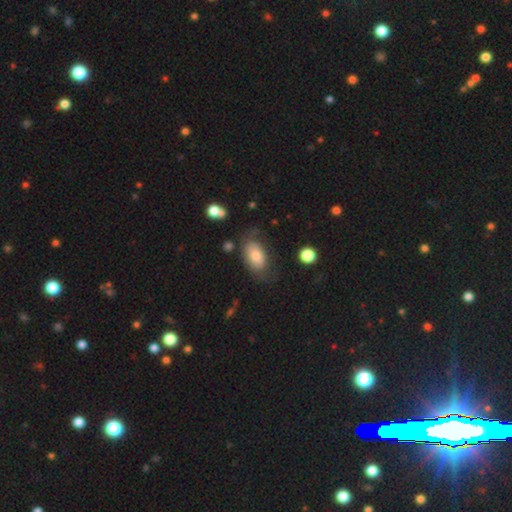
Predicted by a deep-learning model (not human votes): smooth-or-featured: smooth: 71% | featured or disk: 21% | star or artifact: 8%
  how-rounded: in between: 91% | round: 7% | cigar-shaped: 2%
  merging: none: 60% | minor disturbance: 23% | major disturbance: 13% | merger: 3%